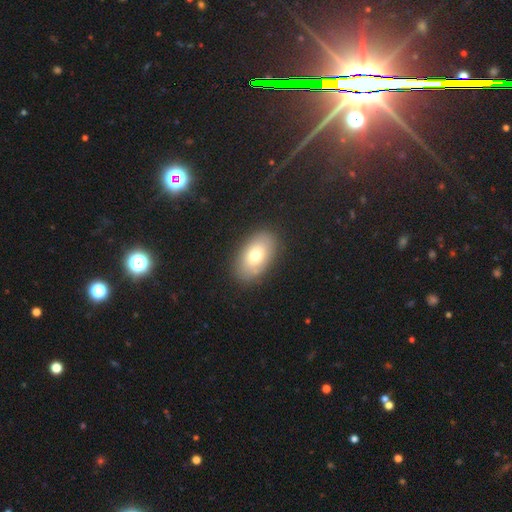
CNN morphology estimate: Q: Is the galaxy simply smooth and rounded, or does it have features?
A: smooth — 73%.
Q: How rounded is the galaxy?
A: in between — 91%.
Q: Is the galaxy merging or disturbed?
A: none — 87%.